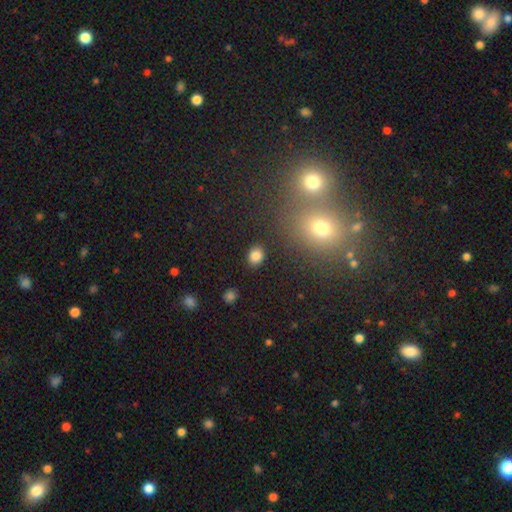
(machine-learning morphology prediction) Smooth or featured: smooth — 84% (star or artifact — 11%)
How rounded: round — 56% (in between — 43%)
Merging: none — 88% (minor disturbance — 8%)